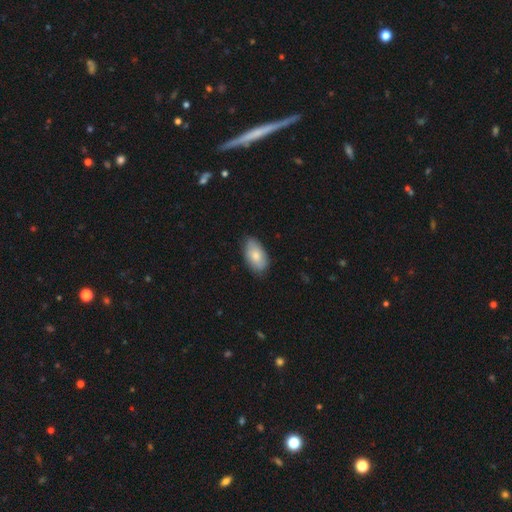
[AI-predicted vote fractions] Overall: smooth (78%). How rounded: in between (94%). Merging: none (79%).